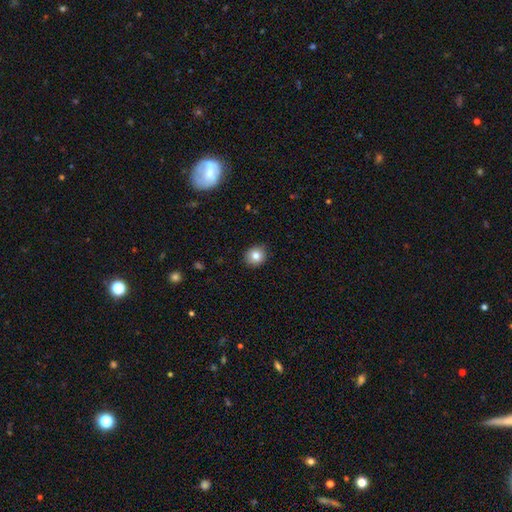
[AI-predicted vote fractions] This is clearly a smooth galaxy (81%). How rounded: clearly round (84%). Merging: clearly none (89%).